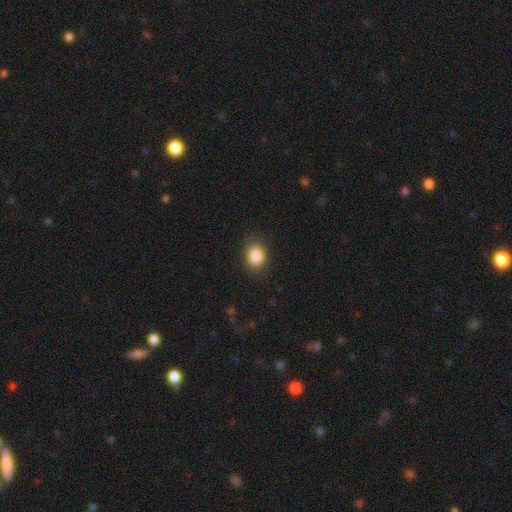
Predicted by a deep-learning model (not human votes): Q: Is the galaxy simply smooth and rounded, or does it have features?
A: smooth — 87%.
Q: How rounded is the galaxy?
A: in between — 62%.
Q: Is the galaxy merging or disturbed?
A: none — 84%.